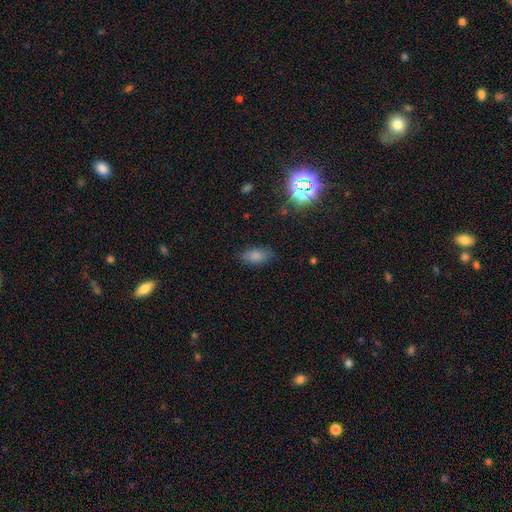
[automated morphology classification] Q: Smooth or featured?
A: smooth (81%); runner-up: star or artifact (11%)
Q: How rounded?
A: in between (90%); runner-up: cigar-shaped (6%)
Q: Merging?
A: none (81%); runner-up: minor disturbance (14%)